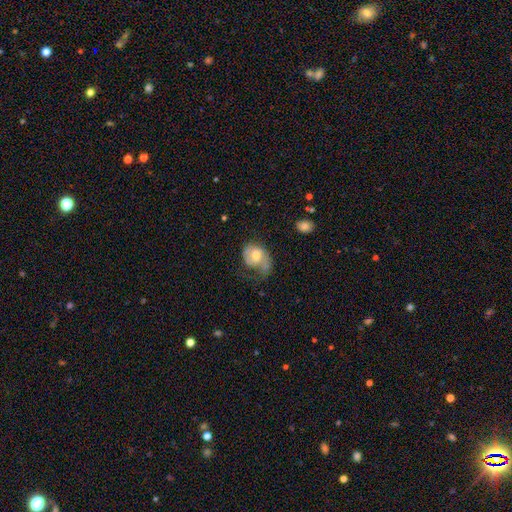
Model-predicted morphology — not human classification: A featured or disk galaxy (58%) with no bar (59%), spiral arms (81%) and a moderate central bulge (59%). Merging: major disturbance (38%).